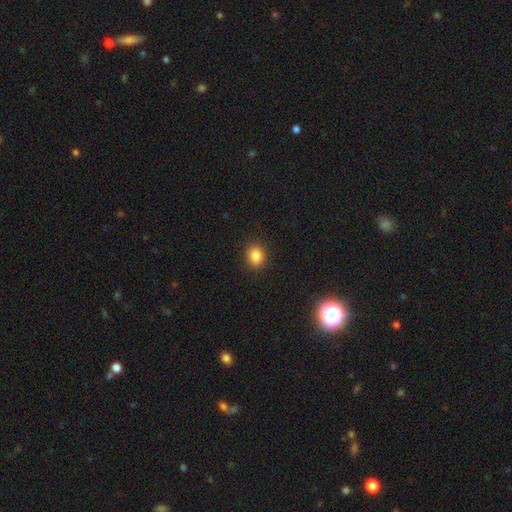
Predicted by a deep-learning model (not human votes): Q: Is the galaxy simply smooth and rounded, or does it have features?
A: smooth — 85%.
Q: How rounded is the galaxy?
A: round — 61%.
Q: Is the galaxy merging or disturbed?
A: none — 90%.